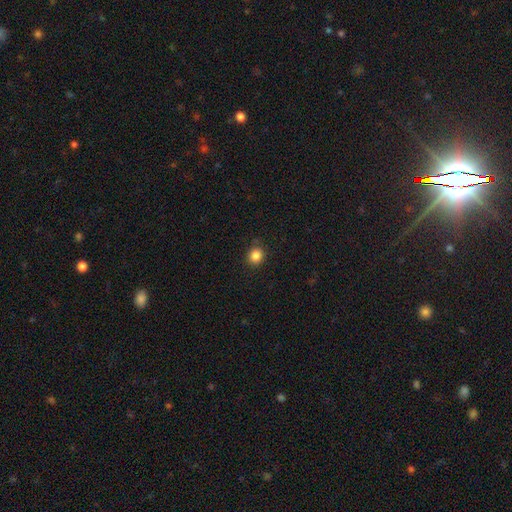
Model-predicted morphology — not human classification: Smooth or featured: smooth — 85% (star or artifact — 11%)
How rounded: round — 85% (in between — 14%)
Merging: none — 88% (minor disturbance — 8%)